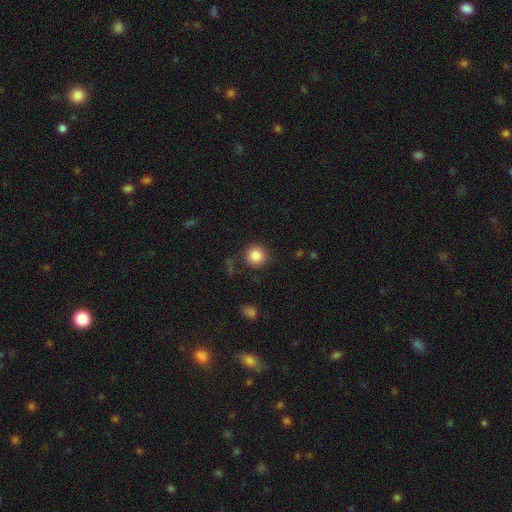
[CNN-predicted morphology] Q: Smooth or featured?
A: smooth (85%); runner-up: star or artifact (10%)
Q: How rounded?
A: round (94%); runner-up: in between (5%)
Q: Merging?
A: none (86%); runner-up: minor disturbance (9%)